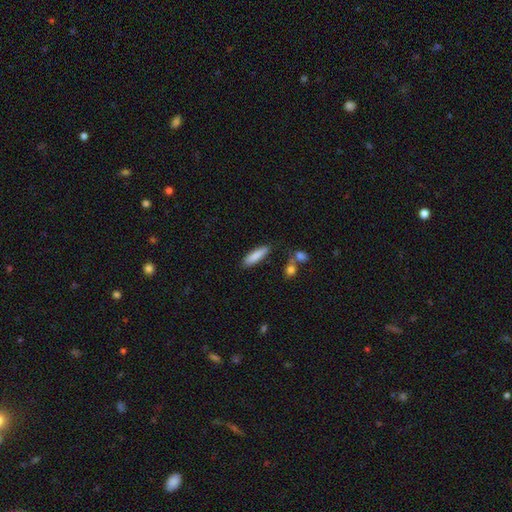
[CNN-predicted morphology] smooth-or-featured: smooth: 85% | featured or disk: 9% | star or artifact: 6%
  how-rounded: cigar-shaped: 70% | in between: 29% | round: 2%
  merging: none: 83% | minor disturbance: 11% | merger: 3% | major disturbance: 3%